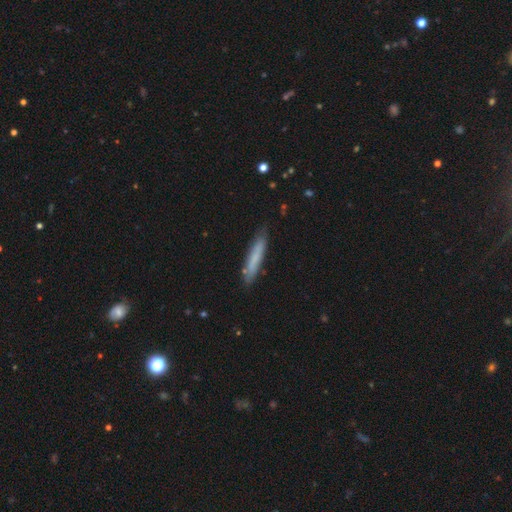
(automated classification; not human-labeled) Smooth or featured?
  - smooth: 69% *
  - featured or disk: 25%
  - star or artifact: 6%
How rounded?
  - cigar-shaped: 90% *
  - in between: 9%
  - round: 1%
Merging?
  - none: 79% *
  - minor disturbance: 16%
  - major disturbance: 3%
  - merger: 2%